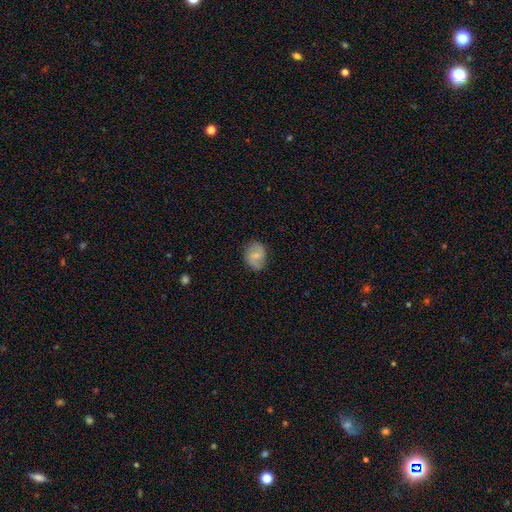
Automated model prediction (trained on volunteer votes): Overall: smooth (54%; featured or disk 39%). How rounded: in between (54%; round 45%). Merging: none (80%).